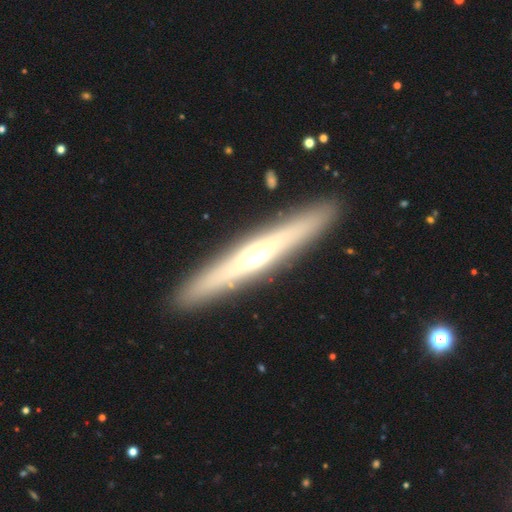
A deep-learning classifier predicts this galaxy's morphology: smooth_or_featured: featured or disk (p=0.63) [alt: smooth p=0.30]
disk_edge_on: yes (p=0.91) [alt: no p=0.09]
edge_on_bulge: rounded (p=0.79) [alt: none p=0.15]
merging: none (p=0.91) [alt: minor disturbance p=0.06]